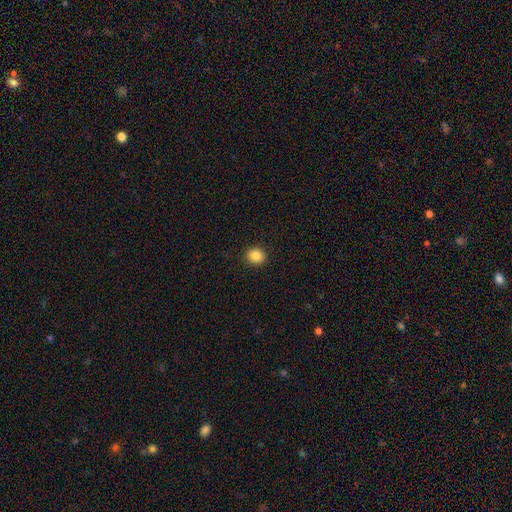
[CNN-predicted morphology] Smooth or featured? Predicted: smooth (p=0.87). How rounded? Predicted: round (p=0.79). Merging? Predicted: none (p=0.92).